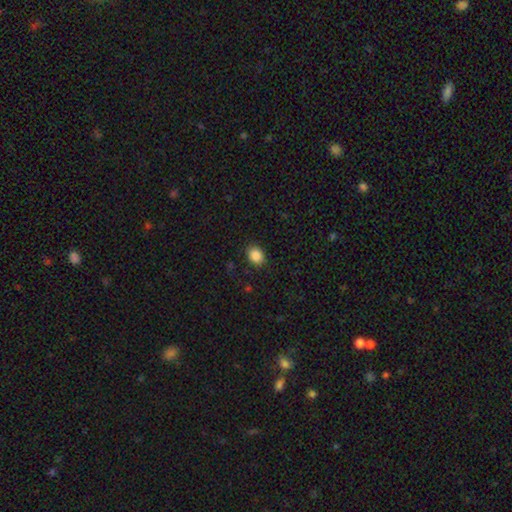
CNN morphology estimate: Overall: smooth (88%). How rounded: in between (56%; round 43%). Merging: none (87%).